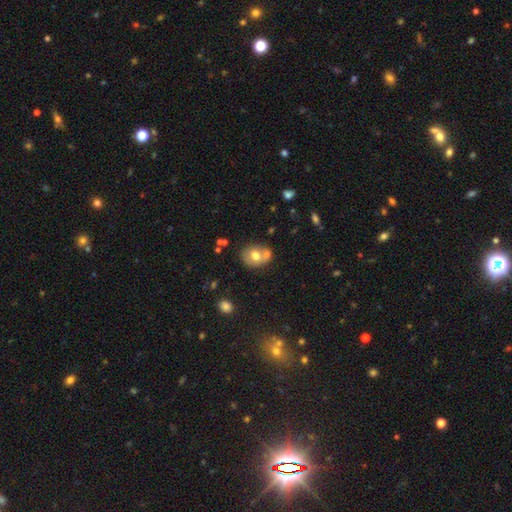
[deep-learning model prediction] smooth 63%, featured or disk 28%, star or artifact 9%. Down the decision tree: how rounded — round (52%); merging — none (45%).